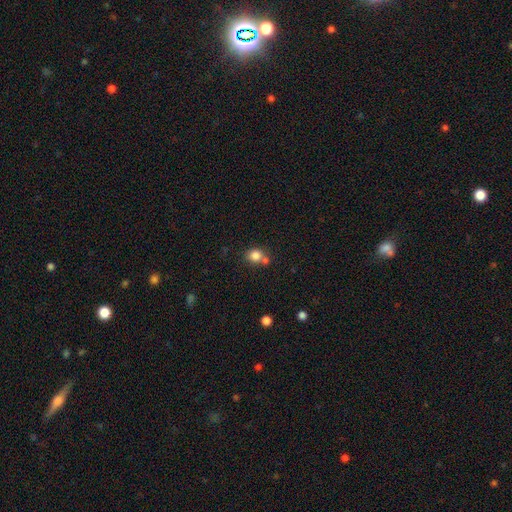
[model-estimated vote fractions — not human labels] Q: Smooth or featured?
A: smooth (82%); runner-up: star or artifact (11%)
Q: How rounded?
A: round (79%); runner-up: in between (20%)
Q: Merging?
A: none (55%); runner-up: merger (31%)